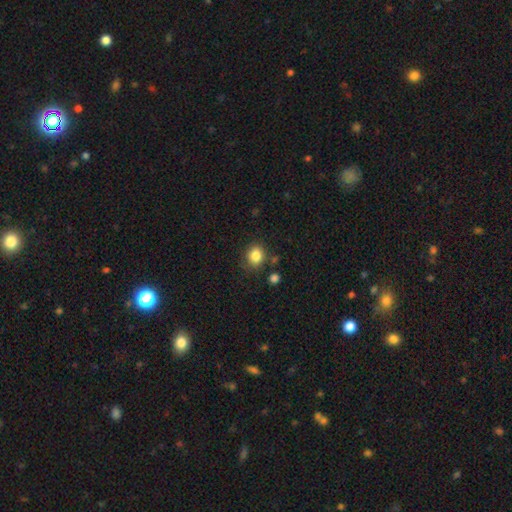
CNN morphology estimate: smooth 83%, star or artifact 11%, featured or disk 6%. Down the decision tree: how rounded — round (70%); merging — none (78%).